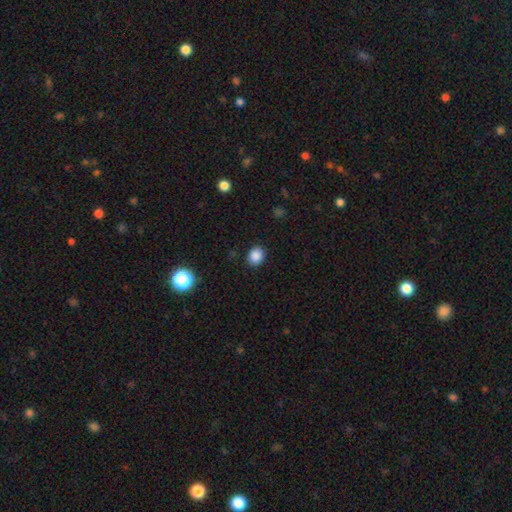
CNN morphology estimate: type=smooth (87%); roundness=round (70%); merging=none (89%).